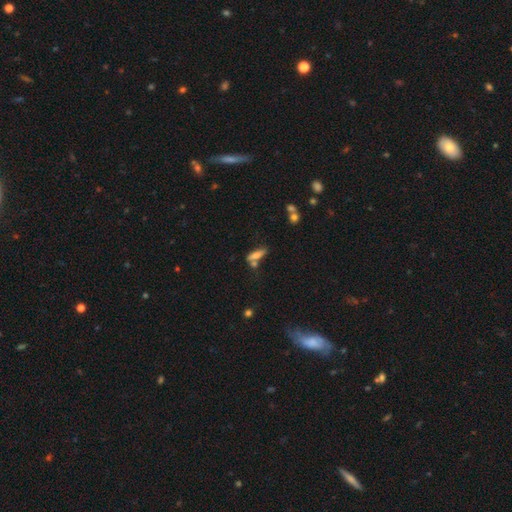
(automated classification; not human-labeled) Q: Smooth or featured?
A: smooth (67%); runner-up: featured or disk (23%)
Q: How rounded?
A: cigar-shaped (57%); runner-up: in between (39%)
Q: Merging?
A: none (48%); runner-up: merger (27%)